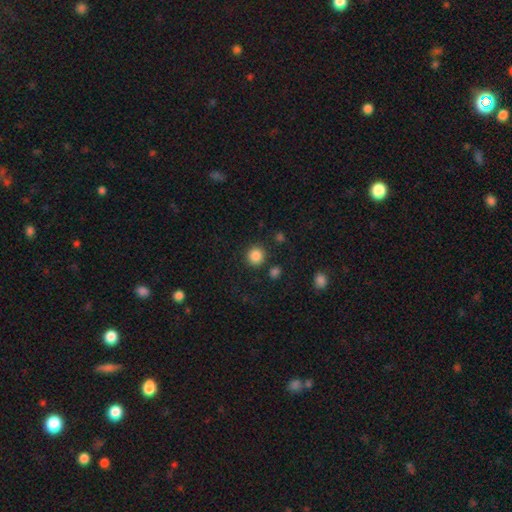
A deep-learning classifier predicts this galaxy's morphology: Smooth or featured? smooth (86%)
How rounded? round (92%)
Merging? none (88%)